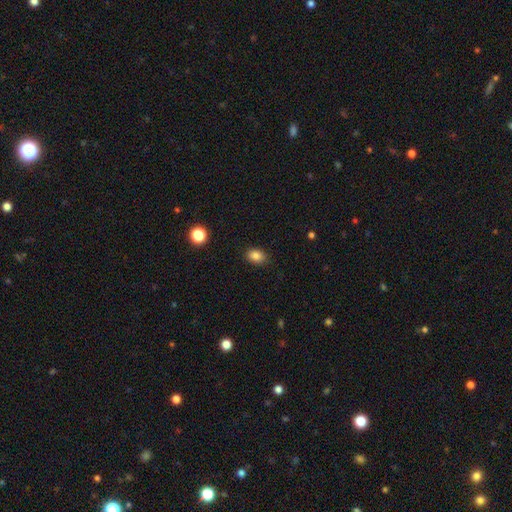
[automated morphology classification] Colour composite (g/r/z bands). It shows a smooth galaxy with no disk features (84%) that is in between round and cigar-shaped (71%). Merging: none (86%).